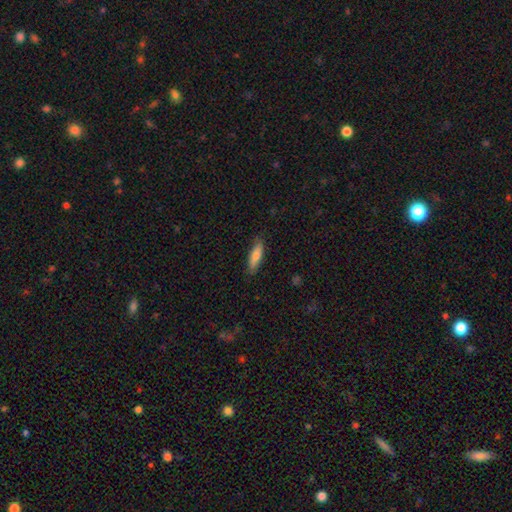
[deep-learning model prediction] Smooth or featured?
  - smooth: 74% *
  - featured or disk: 20%
  - star or artifact: 6%
How rounded?
  - cigar-shaped: 66% *
  - in between: 32%
  - round: 2%
Merging?
  - none: 85% *
  - minor disturbance: 11%
  - major disturbance: 2%
  - merger: 1%